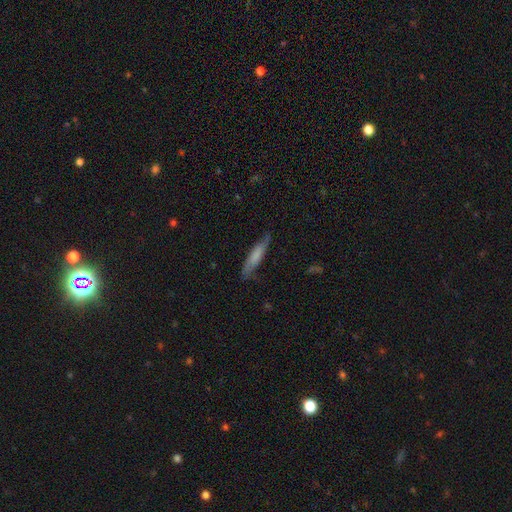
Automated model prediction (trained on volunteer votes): Smooth or featured? smooth (63%)
How rounded? cigar-shaped (83%)
Merging? none (73%)